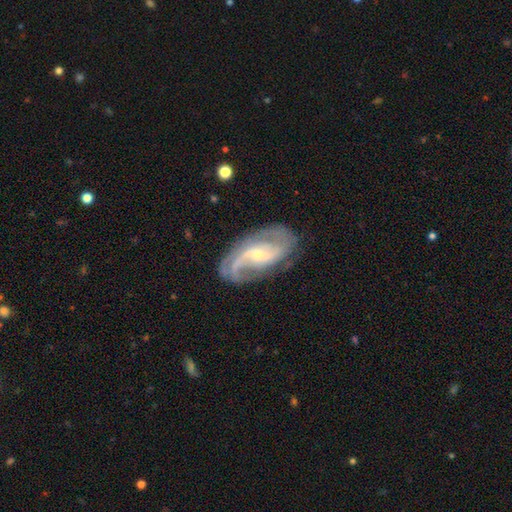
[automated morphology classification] Smooth or featured?
  - featured or disk: 86% *
  - smooth: 7%
  - star or artifact: 6%
Edge-on disk?
  - no: 95% *
  - yes: 5%
Bar?
  - weak: 41% *
  - no: 39%
  - strong: 20%
Spiral arms?
  - yes: 96% *
  - no: 4%
Spiral winding?
  - medium: 45% *
  - loose: 28%
  - tight: 27%
Spiral arm count?
  - 2: 66% *
  - can't tell: 13%
  - 3: 10%
  - 1: 6%
  - 4: 3%
  - more than 4: 3%
Bulge size?
  - small: 68% *
  - moderate: 28%
  - none: 1%
  - large: 1%
  - dominant: 1%
Merging?
  - none: 74% *
  - minor disturbance: 17%
  - major disturbance: 7%
  - merger: 2%